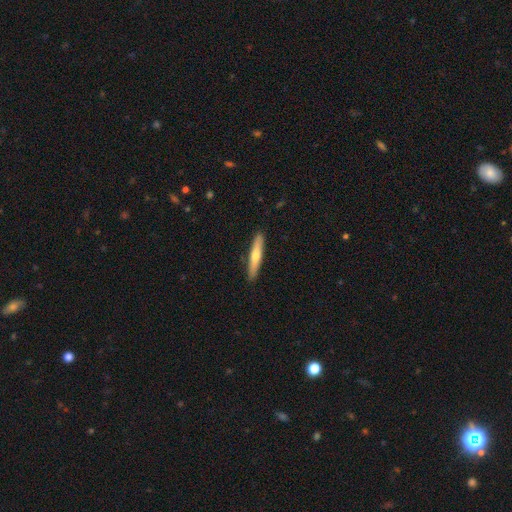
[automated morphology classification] The model was most divided on "smooth or featured": smooth: 53%, featured or disk: 42%, star or artifact: 5%. More confident: how rounded — cigar-shaped (91%); merging — none (91%).